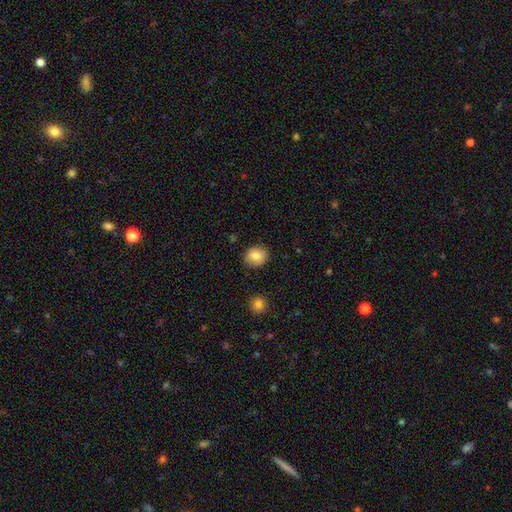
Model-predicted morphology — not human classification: The model was most divided on "how rounded": round: 74%, in between: 25%, cigar-shaped: 1%. More confident: merging — none (88%); smooth or featured — smooth (84%).